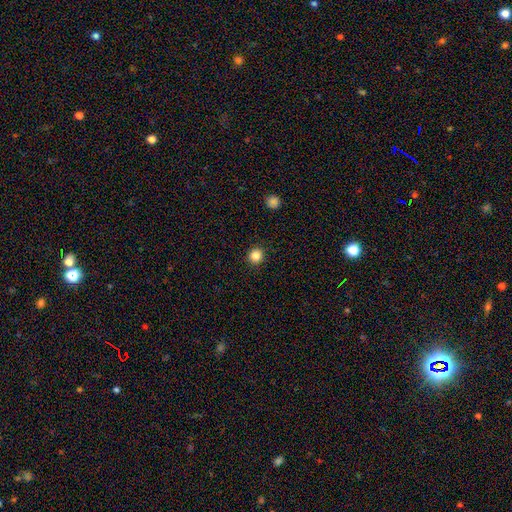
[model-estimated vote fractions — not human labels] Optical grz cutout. It shows a smooth galaxy with no disk features (84%) that is round (93%). Merging: none (93%).